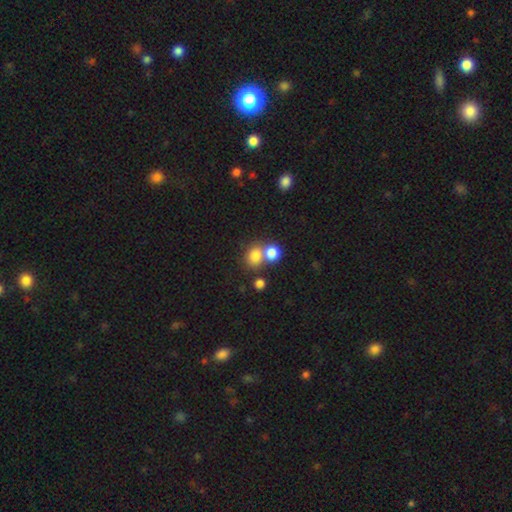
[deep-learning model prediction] Morphology: type=smooth (79%); roundness=round (73%); merging=merger (45%).